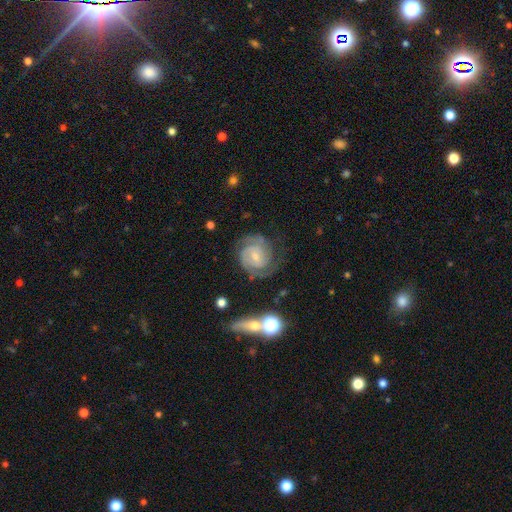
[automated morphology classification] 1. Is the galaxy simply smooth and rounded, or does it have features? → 84% featured or disk, 10% smooth, 6% star or artifact.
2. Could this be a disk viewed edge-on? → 98% no, 2% yes.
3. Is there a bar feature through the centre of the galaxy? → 48% weak, 41% no, 11% strong.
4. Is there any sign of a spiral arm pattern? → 96% yes, 4% no.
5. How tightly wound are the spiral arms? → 60% tight, 33% medium, 7% loose.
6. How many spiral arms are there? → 55% 2, 19% can't tell, 15% 3, 4% 1, 4% 4, 3% more than 4.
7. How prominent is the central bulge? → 66% small, 27% moderate, 4% none, 2% large, 1% dominant.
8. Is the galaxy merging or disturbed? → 69% none, 18% minor disturbance, 10% major disturbance, 3% merger.